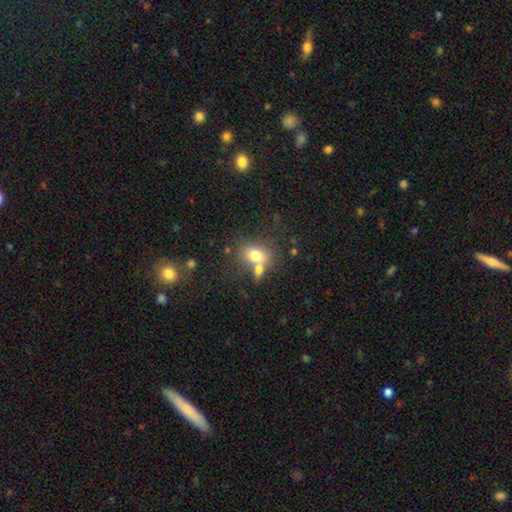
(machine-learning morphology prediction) Smooth or featured? smooth (76%)
How rounded? in between (73%)
Merging? none (42%, tied with merger)